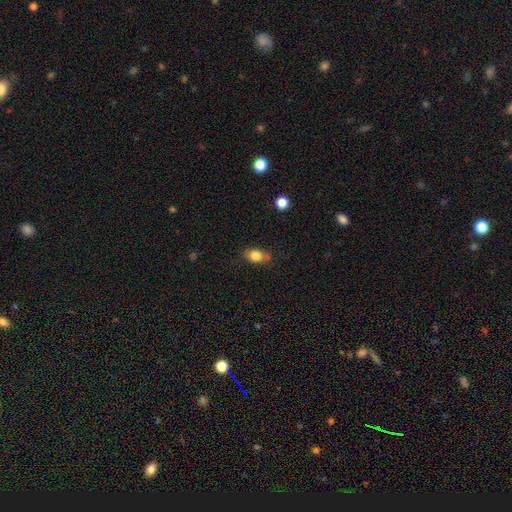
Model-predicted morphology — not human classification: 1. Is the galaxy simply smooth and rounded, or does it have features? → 82% smooth, 9% featured or disk, 9% star or artifact.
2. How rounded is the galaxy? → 82% in between, 14% round, 3% cigar-shaped.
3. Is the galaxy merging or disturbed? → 75% none, 19% minor disturbance, 4% major disturbance, 2% merger.